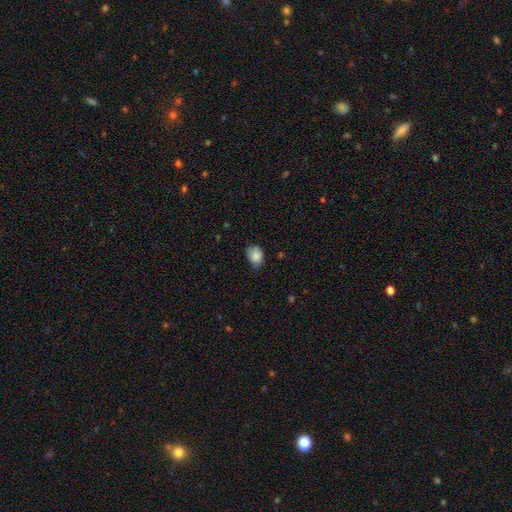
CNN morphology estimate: This appears to be a smooth galaxy with no disk features (86%) that is in between round and cigar-shaped (69%). Merging: none (64%).